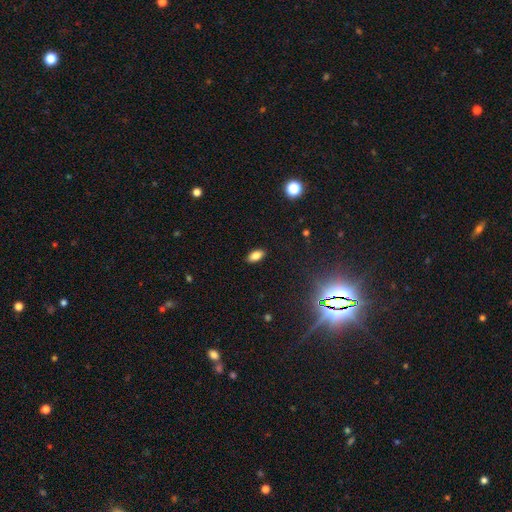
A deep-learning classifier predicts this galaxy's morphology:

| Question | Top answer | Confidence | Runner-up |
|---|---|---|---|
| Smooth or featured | smooth | 82% | star or artifact (11%) |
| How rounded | in between | 91% | cigar-shaped (5%) |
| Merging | none | 89% | minor disturbance (8%) |